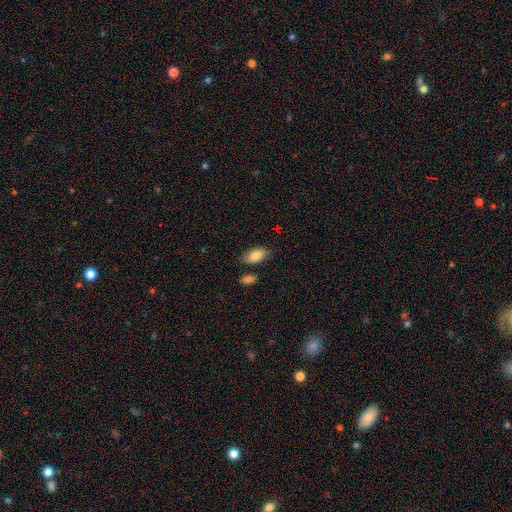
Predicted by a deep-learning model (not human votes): smooth_or_featured: smooth (p=0.81) [alt: featured or disk p=0.12]
how_rounded: in between (p=0.91) [alt: cigar-shaped p=0.06]
merging: none (p=0.76) [alt: minor disturbance p=0.16]